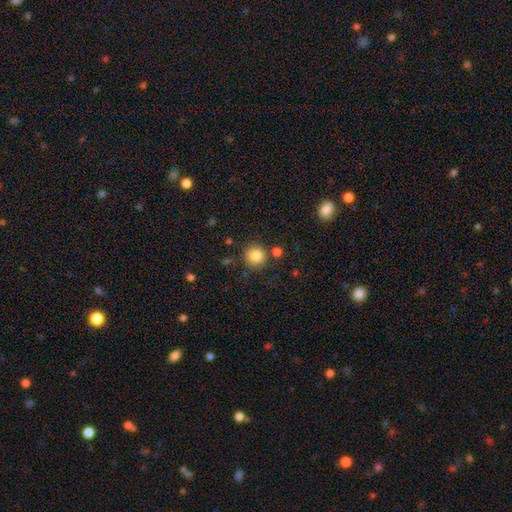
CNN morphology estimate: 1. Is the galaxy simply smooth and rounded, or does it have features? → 84% smooth, 10% star or artifact, 6% featured or disk.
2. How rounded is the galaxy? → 92% round, 7% in between, 1% cigar-shaped.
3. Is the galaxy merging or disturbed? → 84% none, 8% minor disturbance, 5% merger, 3% major disturbance.